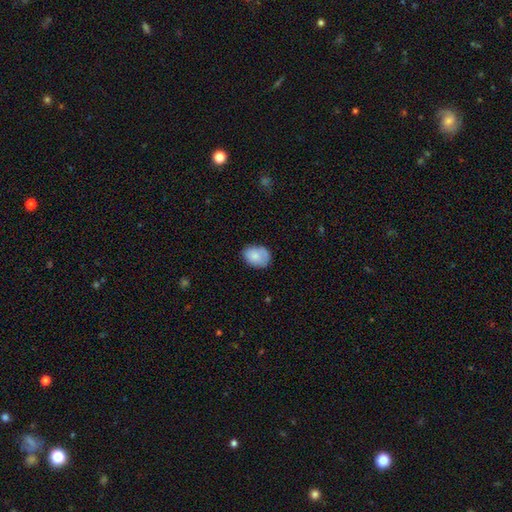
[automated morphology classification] This is clearly a smooth galaxy (82%). How rounded: likely in between (74%). Merging: likely none (70%).